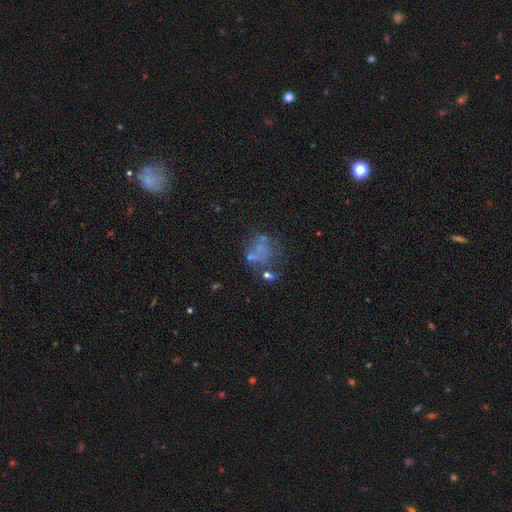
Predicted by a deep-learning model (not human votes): smooth 42%, featured or disk 38%, star or artifact 21%. Down the decision tree: merging — none (40%).